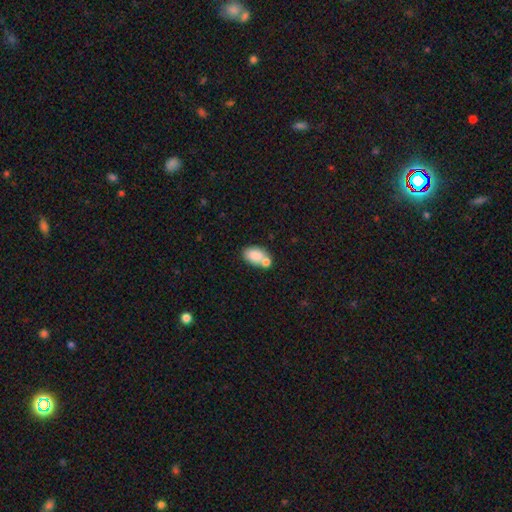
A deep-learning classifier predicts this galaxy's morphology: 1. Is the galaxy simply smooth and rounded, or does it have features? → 81% smooth, 11% featured or disk, 8% star or artifact.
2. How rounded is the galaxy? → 88% in between, 11% round, 1% cigar-shaped.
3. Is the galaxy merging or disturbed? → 46% none, 36% merger, 13% minor disturbance, 4% major disturbance.